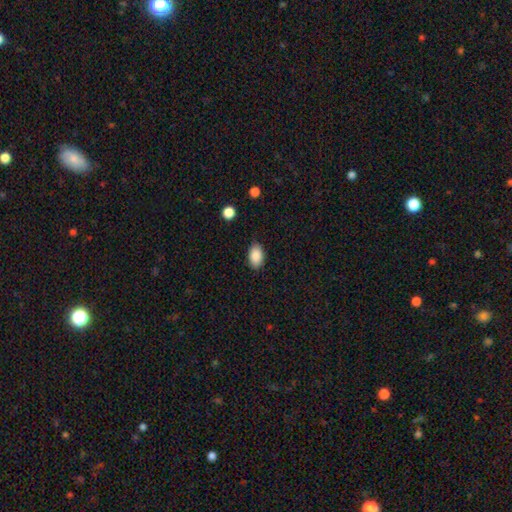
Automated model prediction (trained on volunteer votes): smooth-or-featured: smooth: 88% | star or artifact: 8% | featured or disk: 4%
  how-rounded: in between: 91% | round: 7% | cigar-shaped: 1%
  merging: none: 83% | minor disturbance: 13% | major disturbance: 3% | merger: 1%